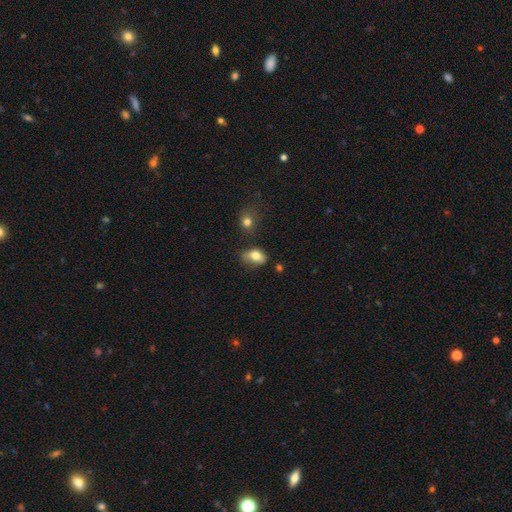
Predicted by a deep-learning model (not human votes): Morphology: type=smooth (76%); roundness=in between (82%); merging=none (47%).